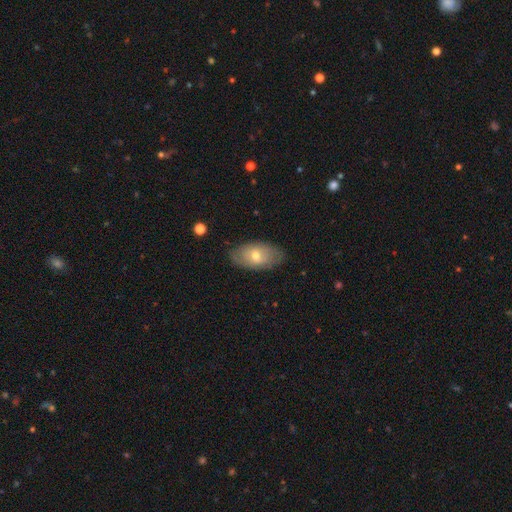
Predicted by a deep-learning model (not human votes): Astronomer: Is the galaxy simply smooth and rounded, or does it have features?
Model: smooth — 59% (runner-up: featured or disk, 34%).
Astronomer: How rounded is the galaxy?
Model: in between — 92%.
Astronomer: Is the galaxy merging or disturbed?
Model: none — 81%.